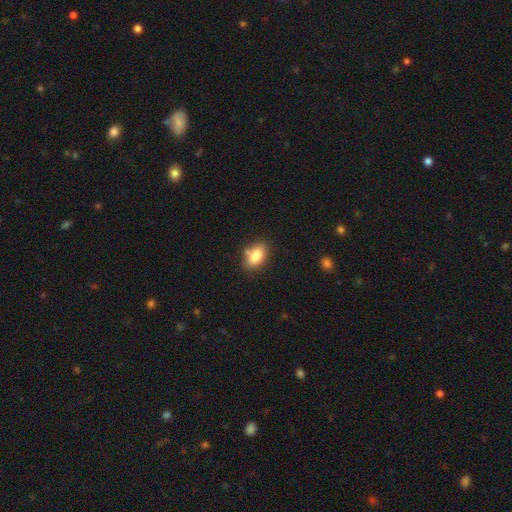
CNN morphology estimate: smooth-or-featured: smooth: 84% | featured or disk: 8% | star or artifact: 8%
  how-rounded: in between: 89% | round: 9% | cigar-shaped: 3%
  merging: none: 73% | minor disturbance: 15% | merger: 9% | major disturbance: 3%